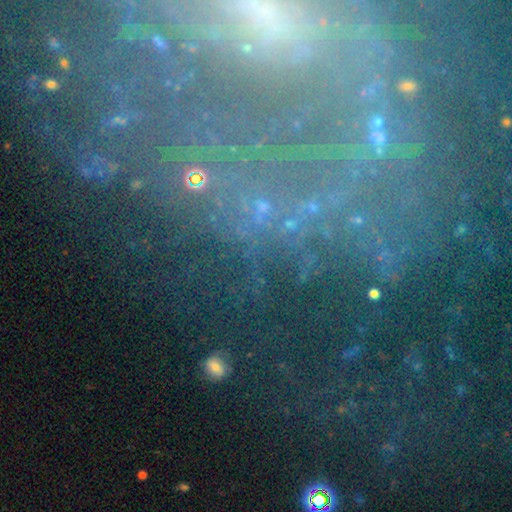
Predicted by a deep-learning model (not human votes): Smooth or featured? star or artifact (60%)